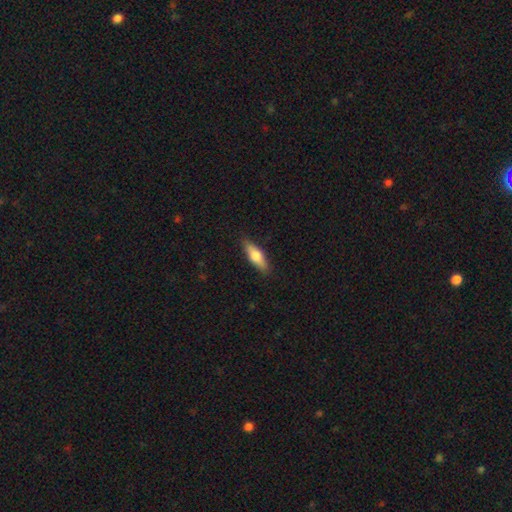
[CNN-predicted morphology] Smooth or featured? Predicted: smooth (p=0.62). How rounded? Predicted: in between (p=0.49). Merging? Predicted: none (p=0.88).